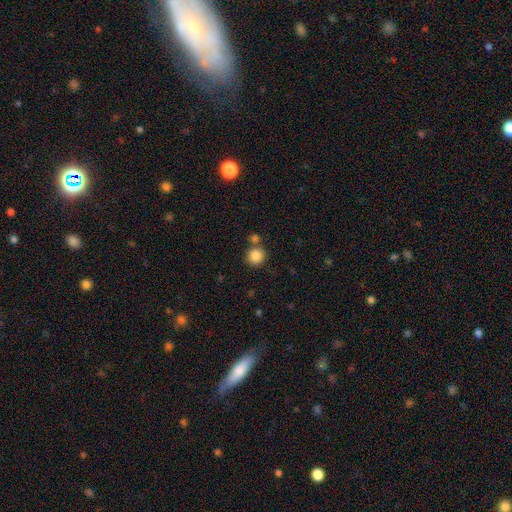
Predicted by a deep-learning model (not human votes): A smooth galaxy with no disk features (85%) that is round (92%). Merging: none (73%).